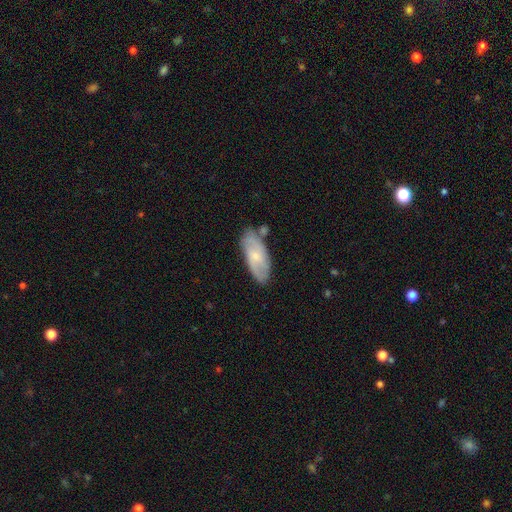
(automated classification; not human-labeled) Overall: smooth (49%; featured or disk 45%). Merging: none (70%).